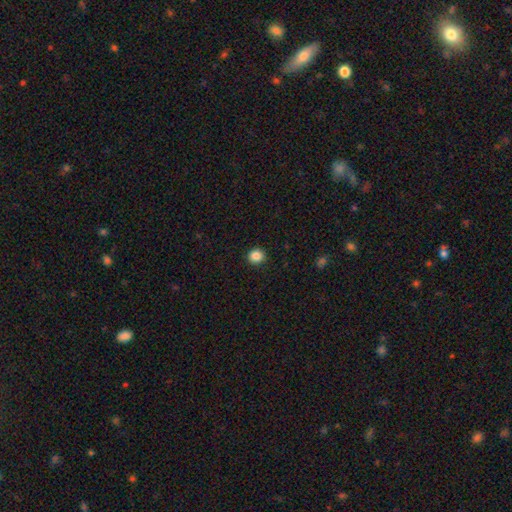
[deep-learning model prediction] smooth 86%, star or artifact 10%, featured or disk 4%. Down the decision tree: how rounded — round (89%); merging — none (92%).